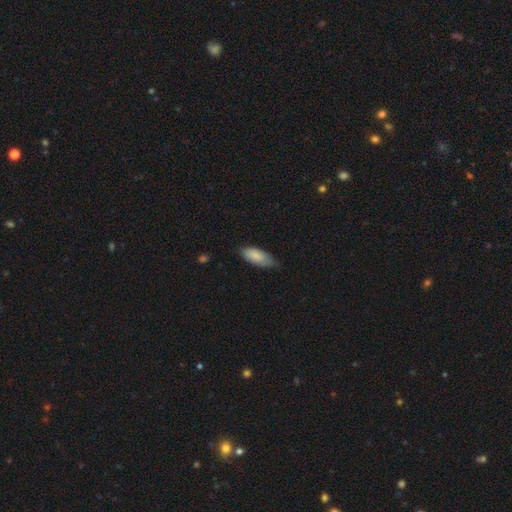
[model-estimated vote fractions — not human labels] smooth 85%, featured or disk 9%, star or artifact 6%. Down the decision tree: how rounded — in between (82%); merging — none (66%).